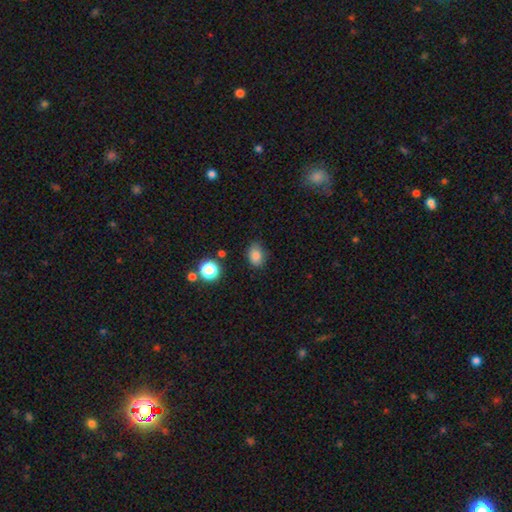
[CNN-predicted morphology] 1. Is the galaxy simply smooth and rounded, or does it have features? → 84% smooth, 11% star or artifact, 5% featured or disk.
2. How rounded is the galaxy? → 75% in between, 23% round, 1% cigar-shaped.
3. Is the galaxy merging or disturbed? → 78% none, 17% minor disturbance, 4% major disturbance, 2% merger.